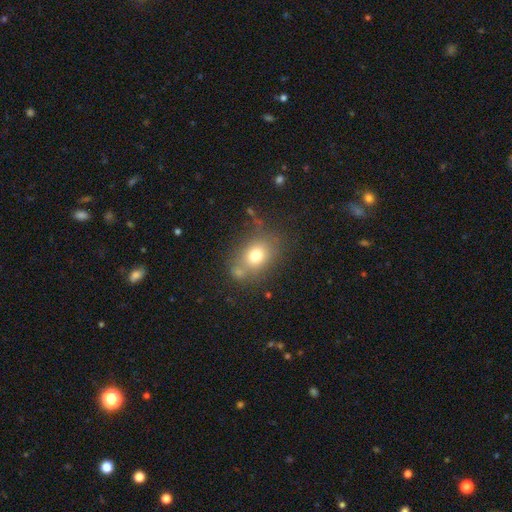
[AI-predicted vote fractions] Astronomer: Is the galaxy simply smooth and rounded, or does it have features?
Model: smooth — 74%.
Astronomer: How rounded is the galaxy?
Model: in between — 59% (runner-up: round, 40%).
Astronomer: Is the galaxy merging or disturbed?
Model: none — 63%.